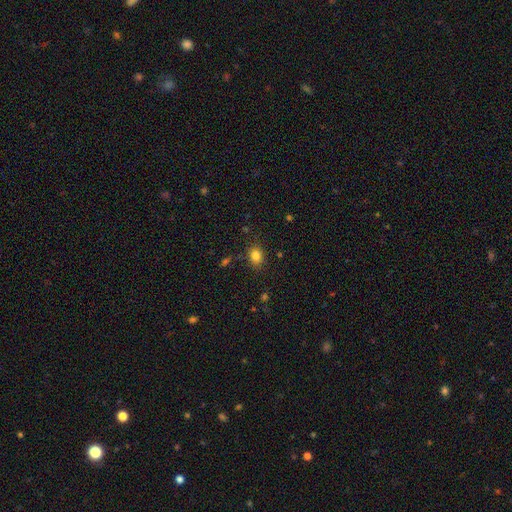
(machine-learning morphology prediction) Overall: smooth (83%). How rounded: in between (52%; round 47%). Merging: none (82%).